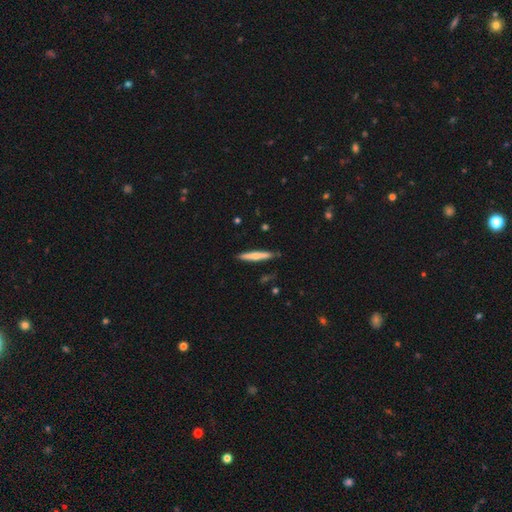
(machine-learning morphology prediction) Q: Smooth or featured?
A: smooth (55%); runner-up: featured or disk (40%)
Q: How rounded?
A: cigar-shaped (94%); runner-up: in between (5%)
Q: Merging?
A: none (87%); runner-up: minor disturbance (10%)